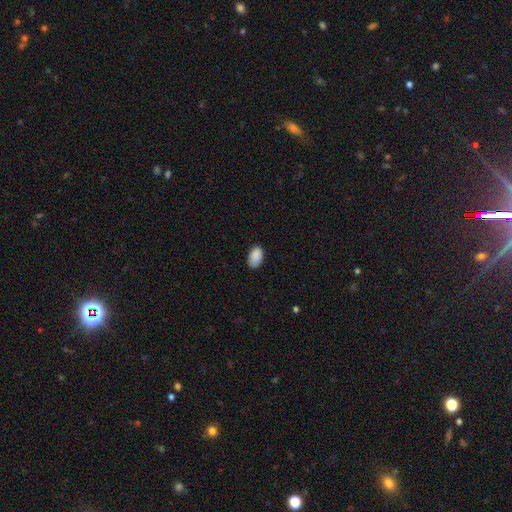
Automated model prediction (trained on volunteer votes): The model was most divided on "merging": none: 81%, minor disturbance: 16%, major disturbance: 3%, merger: 1%. More confident: how rounded — in between (92%); smooth or featured — smooth (90%).